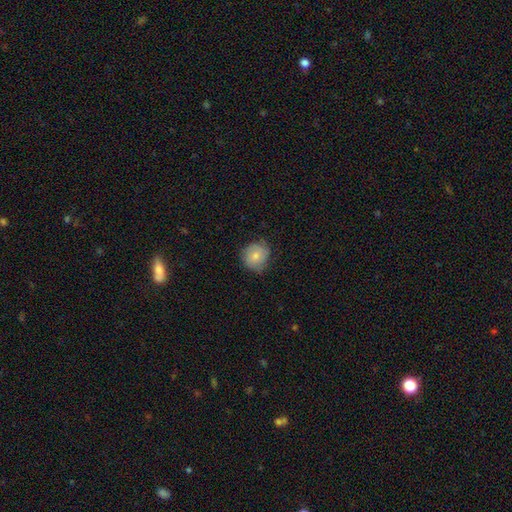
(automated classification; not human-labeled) smooth-or-featured: smooth: 68% | featured or disk: 25% | star or artifact: 7%
  how-rounded: round: 86% | in between: 13% | cigar-shaped: 1%
  merging: none: 70% | minor disturbance: 24% | major disturbance: 5% | merger: 1%